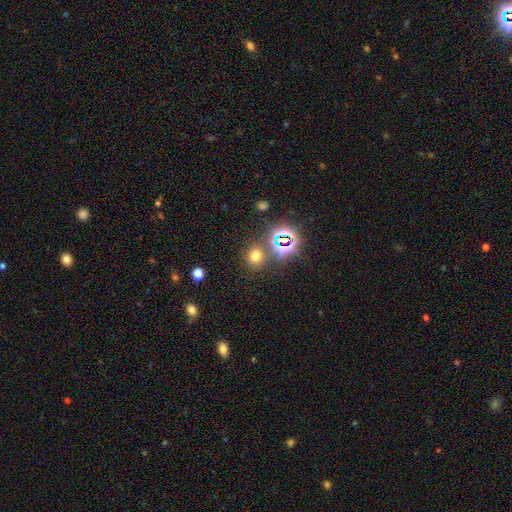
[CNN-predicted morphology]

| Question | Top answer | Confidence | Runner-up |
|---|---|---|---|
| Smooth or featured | smooth | 61% | star or artifact (32%) |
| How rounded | round | 80% | in between (19%) |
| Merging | none | 78% | merger (10%) |